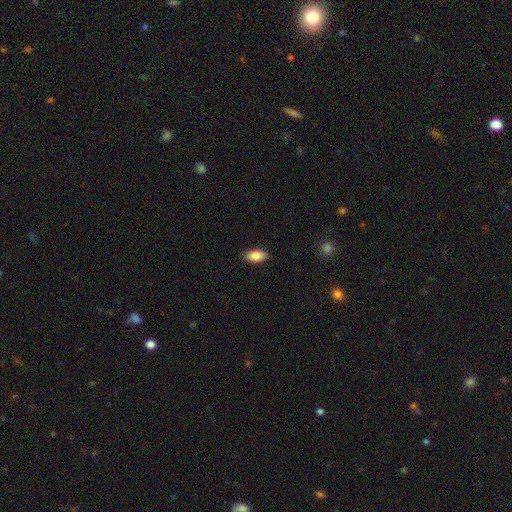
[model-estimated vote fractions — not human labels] This is clearly a smooth galaxy (87%). How rounded: clearly in between (92%). Merging: clearly none (88%).